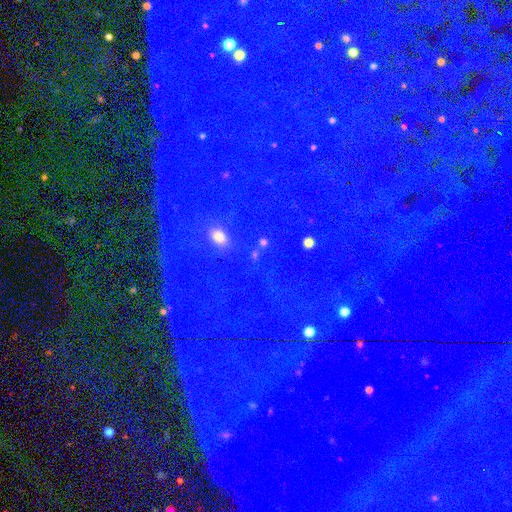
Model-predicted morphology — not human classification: Smooth or featured: star or artifact — 85% (featured or disk — 8%)